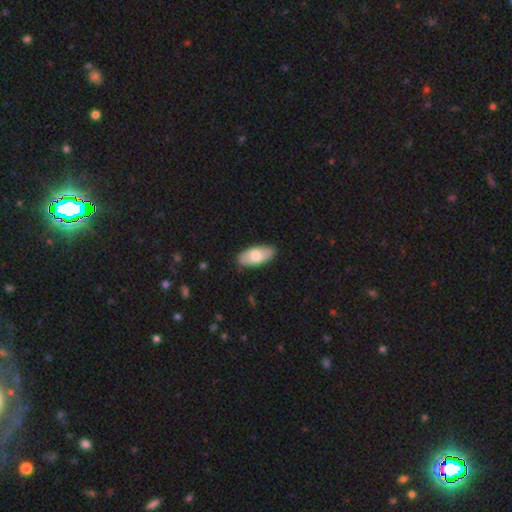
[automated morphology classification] smooth 71%, featured or disk 24%, star or artifact 5%. Down the decision tree: how rounded — in between (91%); merging — none (86%).